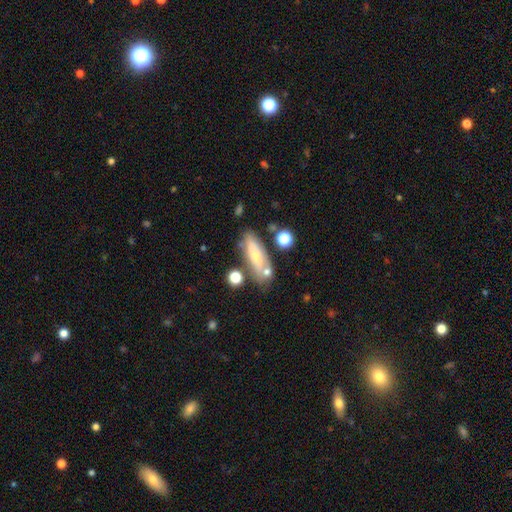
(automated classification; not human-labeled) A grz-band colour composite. It shows a smooth galaxy with no disk features (55%) that is in between round and cigar-shaped (52%). Merging: none (64%).